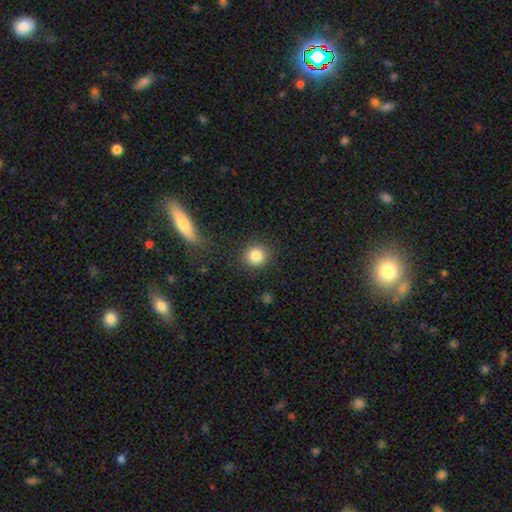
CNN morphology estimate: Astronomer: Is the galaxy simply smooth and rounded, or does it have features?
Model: smooth — 85%.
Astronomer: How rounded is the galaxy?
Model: round — 91%.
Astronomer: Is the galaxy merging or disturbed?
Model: none — 89%.